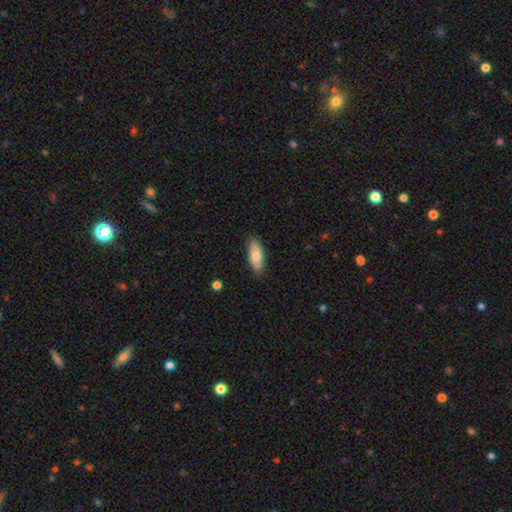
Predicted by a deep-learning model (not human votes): smooth-or-featured: smooth: 74% | featured or disk: 20% | star or artifact: 6%
  how-rounded: in between: 76% | cigar-shaped: 22% | round: 2%
  merging: none: 85% | minor disturbance: 12% | major disturbance: 2% | merger: 1%